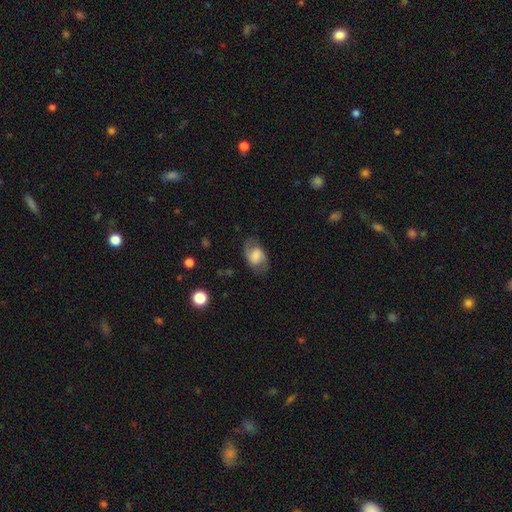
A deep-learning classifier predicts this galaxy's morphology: This appears to be a featured or disk galaxy (53%) with a weak bar (48%), spiral arms (86%) and a moderate central bulge (31%). Merging: none (72%).